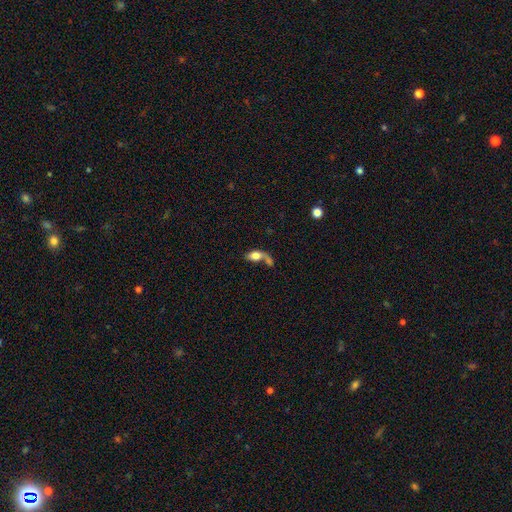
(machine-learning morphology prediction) Smooth or featured? Predicted: smooth (p=0.69). How rounded? Predicted: in between (p=0.81). Merging? Predicted: merger (p=0.49).